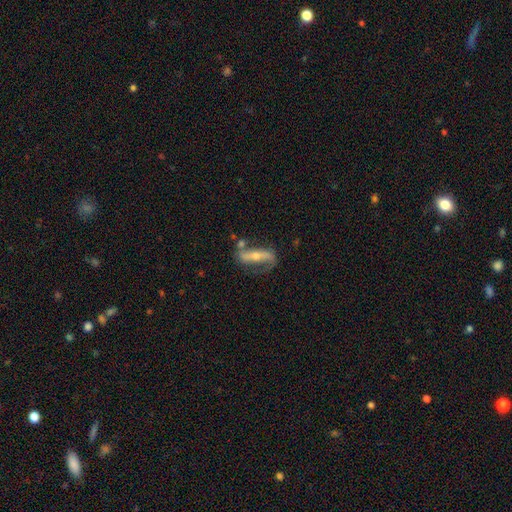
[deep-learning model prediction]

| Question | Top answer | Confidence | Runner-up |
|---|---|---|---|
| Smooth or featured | featured or disk | 72% | smooth (22%) |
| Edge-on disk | no | 72% | yes (28%) |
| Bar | strong | 53% | no (26%) |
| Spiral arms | yes | 80% | no (20%) |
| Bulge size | moderate | 51% | small (42%) |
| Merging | none | 55% | minor disturbance (21%) |